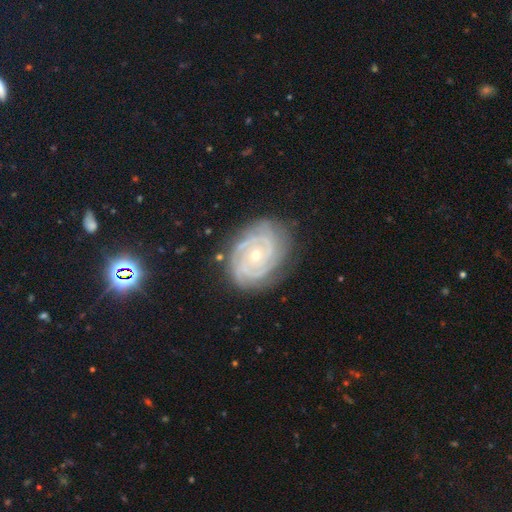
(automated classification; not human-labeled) Smooth or featured? Predicted: featured or disk (p=0.89). Edge-on disk? Predicted: no (p=0.97). Bar? Predicted: no (p=0.73). Spiral arms? Predicted: yes (p=0.98). Spiral winding? Predicted: tight (p=0.82). Spiral arm count? Predicted: 3 (p=0.28). Bulge size? Predicted: small (p=0.62). Merging? Predicted: none (p=0.79).